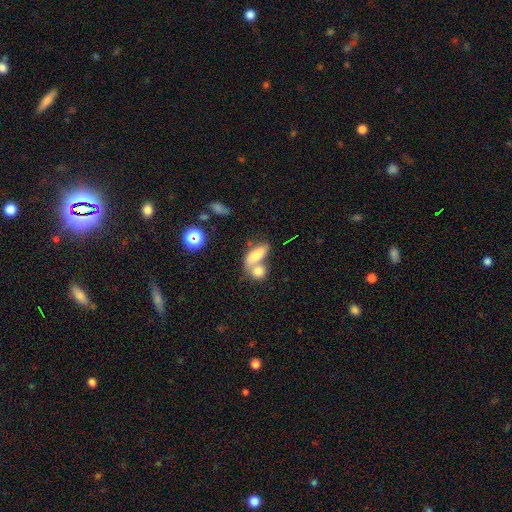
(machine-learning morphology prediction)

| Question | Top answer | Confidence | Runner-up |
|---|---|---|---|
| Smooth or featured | smooth | 73% | featured or disk (18%) |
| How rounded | in between | 72% | cigar-shaped (19%) |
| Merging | merger | 58% | none (28%) |